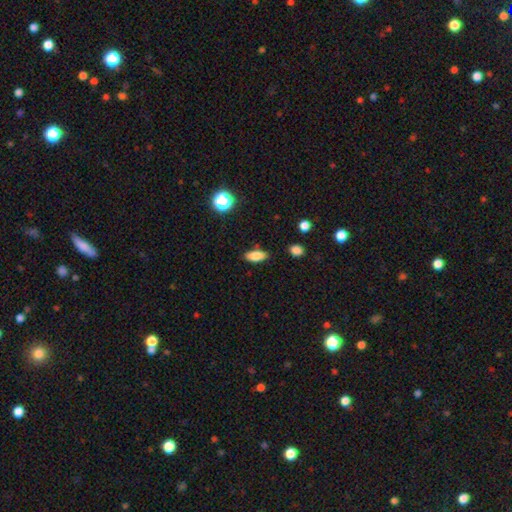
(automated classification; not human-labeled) Q: Smooth or featured?
A: smooth (83%); runner-up: star or artifact (9%)
Q: How rounded?
A: in between (83%); runner-up: cigar-shaped (13%)
Q: Merging?
A: none (84%); runner-up: minor disturbance (12%)